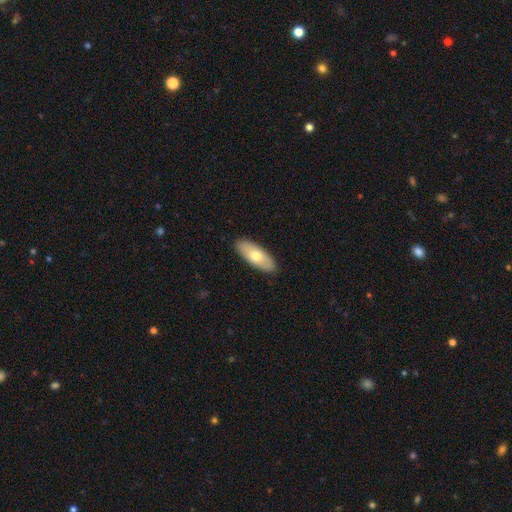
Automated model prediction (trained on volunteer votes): This appears to be a smooth galaxy with no disk features (68%) that is in between round and cigar-shaped (79%). Merging: none (89%).